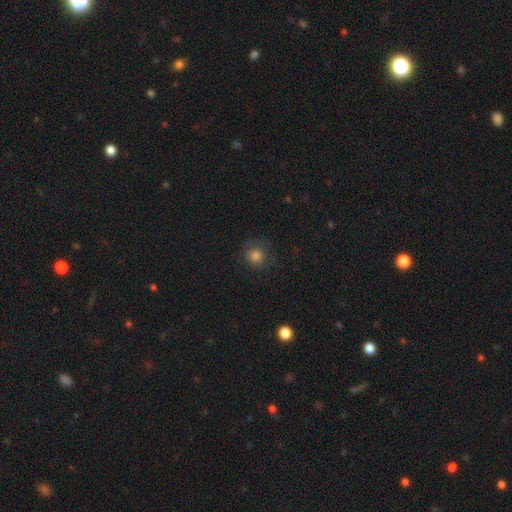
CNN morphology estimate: Q: Smooth or featured?
A: smooth (79%); runner-up: star or artifact (14%)
Q: How rounded?
A: round (88%); runner-up: in between (11%)
Q: Merging?
A: none (77%); runner-up: minor disturbance (14%)